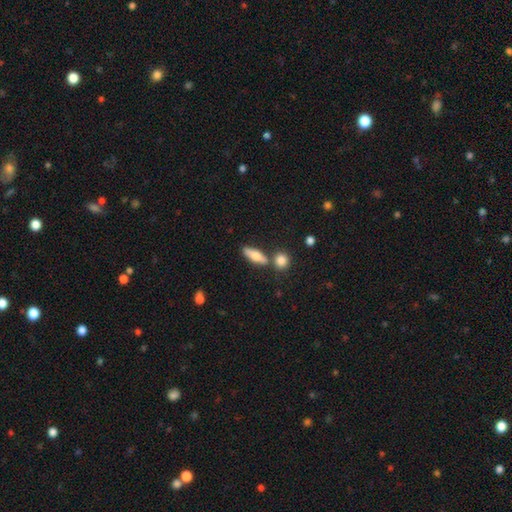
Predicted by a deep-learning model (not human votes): A smooth galaxy with no disk features (69%) that is in between round and cigar-shaped (51%). Merging: none (69%).